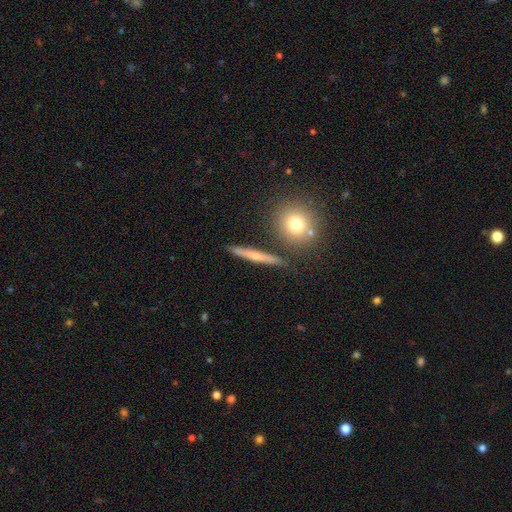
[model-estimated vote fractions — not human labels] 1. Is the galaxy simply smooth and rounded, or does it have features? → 50% featured or disk, 41% smooth, 9% star or artifact.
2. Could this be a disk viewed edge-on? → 92% yes, 8% no.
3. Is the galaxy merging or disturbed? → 86% none, 8% minor disturbance, 4% merger, 2% major disturbance.